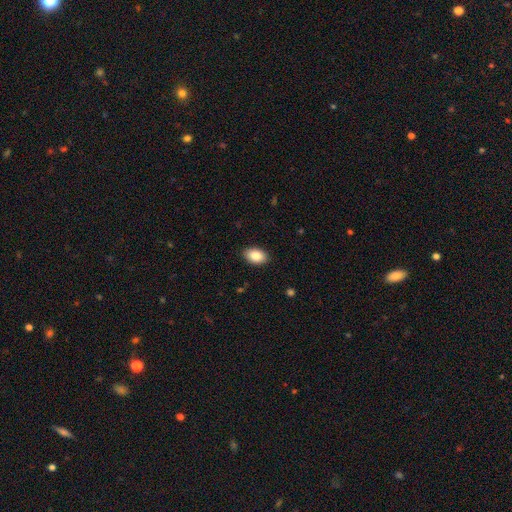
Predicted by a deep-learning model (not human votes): The model was most divided on "smooth or featured": smooth: 87%, star or artifact: 7%, featured or disk: 6%. More confident: how rounded — in between (90%); merging — none (89%).